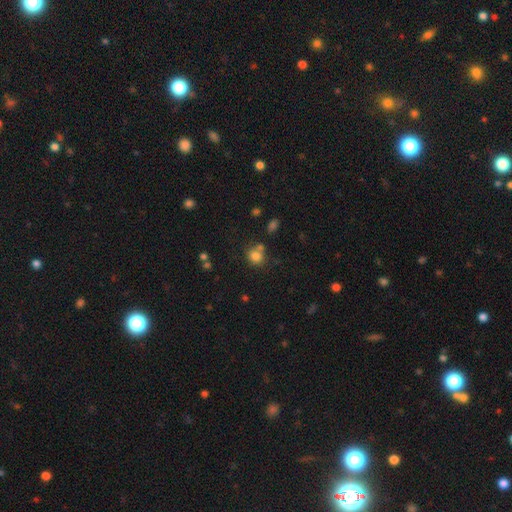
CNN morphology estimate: Smooth or featured? Predicted: smooth (p=0.81). How rounded? Predicted: round (p=0.76). Merging? Predicted: none (p=0.61).